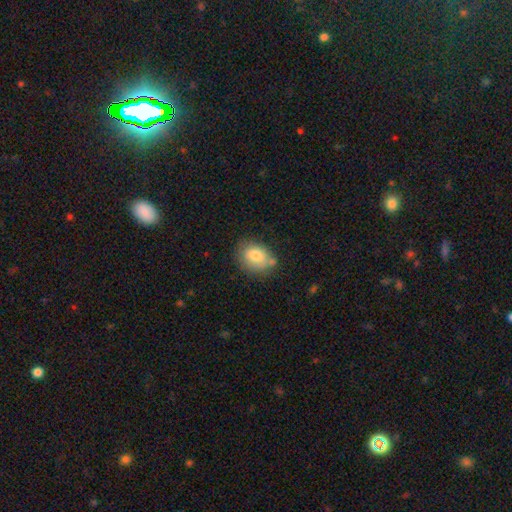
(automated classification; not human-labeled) Smooth or featured?
  - smooth: 80% *
  - featured or disk: 12%
  - star or artifact: 8%
How rounded?
  - in between: 62% *
  - round: 37%
  - cigar-shaped: 1%
Merging?
  - none: 66% *
  - minor disturbance: 22%
  - merger: 7%
  - major disturbance: 5%